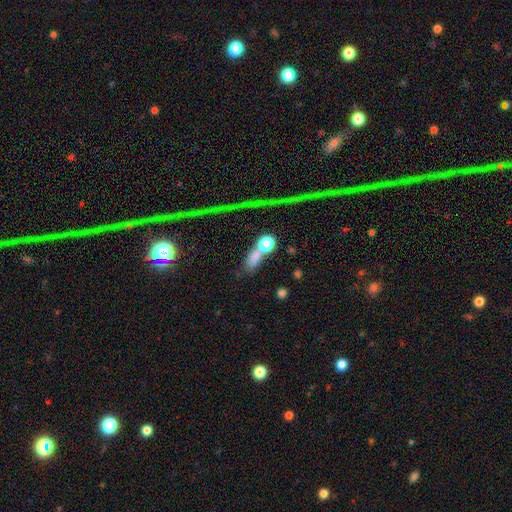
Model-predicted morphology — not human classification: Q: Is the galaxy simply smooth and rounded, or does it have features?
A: smooth — 69%.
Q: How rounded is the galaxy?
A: in between — 48%.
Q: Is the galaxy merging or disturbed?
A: merger — 42%.